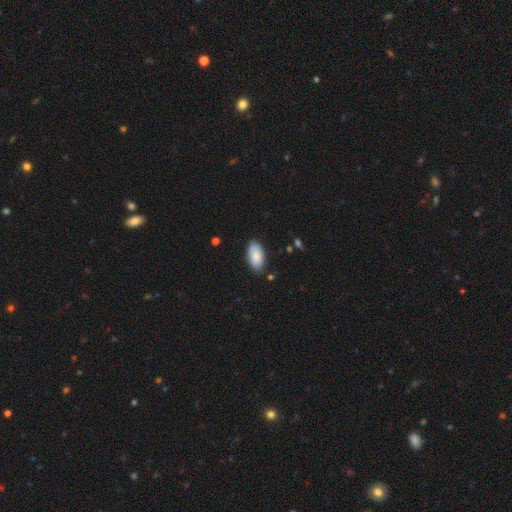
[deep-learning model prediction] Morphology: type=smooth (84%); roundness=in between (95%); merging=none (82%).